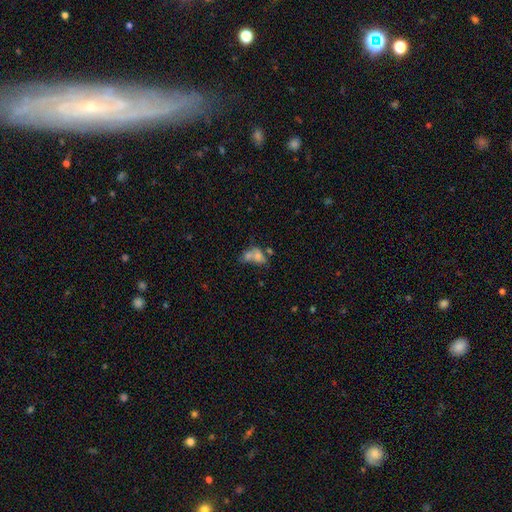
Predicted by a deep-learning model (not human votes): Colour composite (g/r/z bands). It shows a smooth galaxy with no disk features (60%) that is in between round and cigar-shaped (71%). Merging: merger (62%).